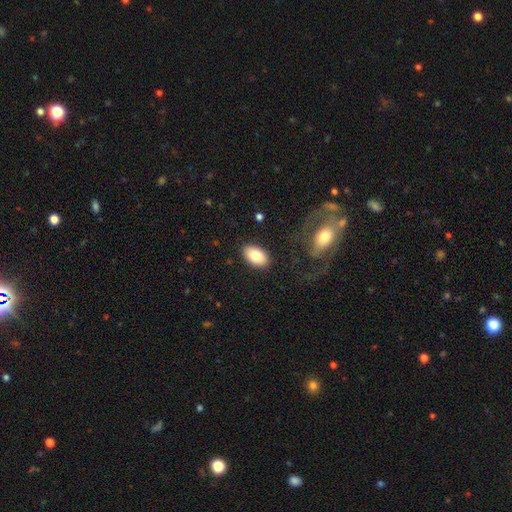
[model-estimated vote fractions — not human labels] Smooth or featured: smooth — 81% (featured or disk — 13%)
How rounded: in between — 92% (round — 6%)
Merging: none — 87% (minor disturbance — 8%)